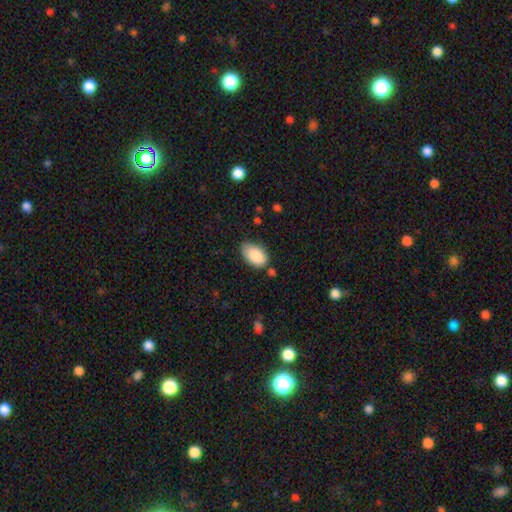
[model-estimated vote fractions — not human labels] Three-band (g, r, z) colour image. It shows a smooth galaxy with no disk features (88%) that is in between round and cigar-shaped (93%). Merging: none (67%).